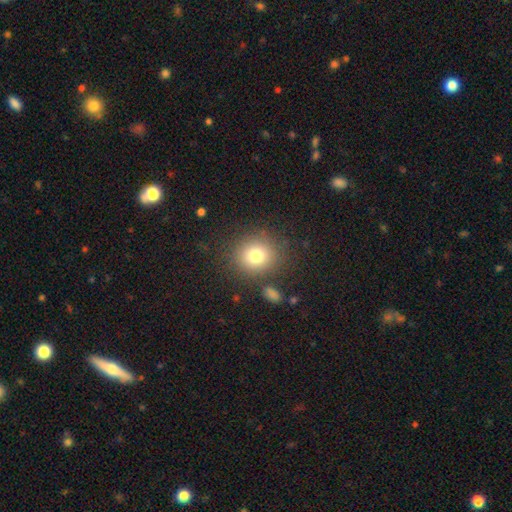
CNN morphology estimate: A smooth galaxy with no disk features (78%) that is round (82%).

Vote fractions:
- Smooth or featured? smooth: 78% / star or artifact: 13% / featured or disk: 10%
- How rounded? round: 82% / in between: 17% / cigar-shaped: 1%
- Merging? none: 83% / minor disturbance: 9% / major disturbance: 4% / merger: 4%